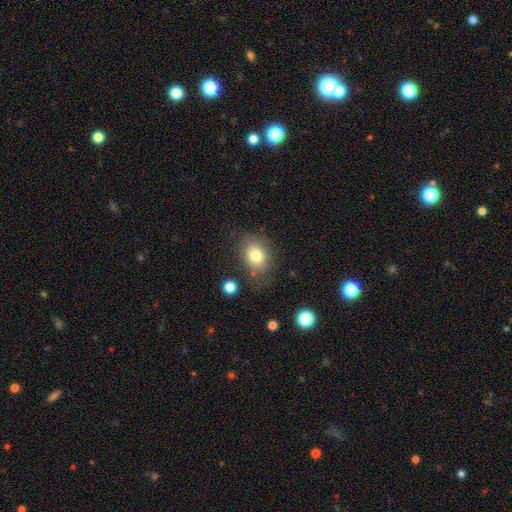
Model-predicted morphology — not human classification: This appears to be a smooth galaxy with no disk features (78%) that is in between round and cigar-shaped (62%). Merging: none (68%).